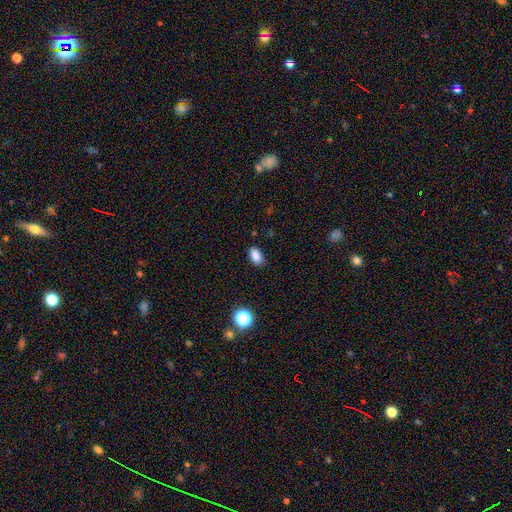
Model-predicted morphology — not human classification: Q: Smooth or featured?
A: smooth (86%); runner-up: star or artifact (11%)
Q: How rounded?
A: in between (89%); runner-up: round (9%)
Q: Merging?
A: none (86%); runner-up: minor disturbance (11%)